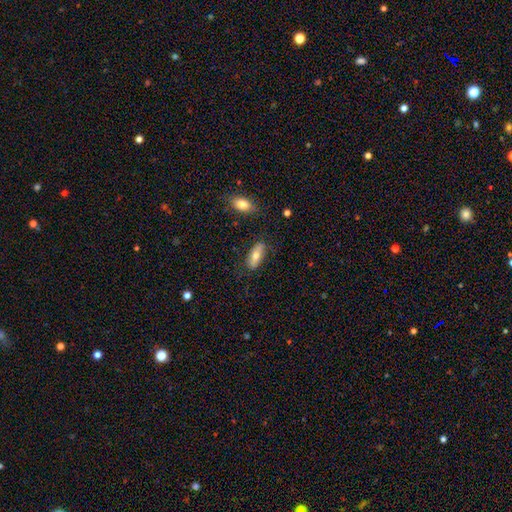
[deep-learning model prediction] A smooth galaxy with no disk features (70%) that is in between round and cigar-shaped (81%). Merging: none (80%).